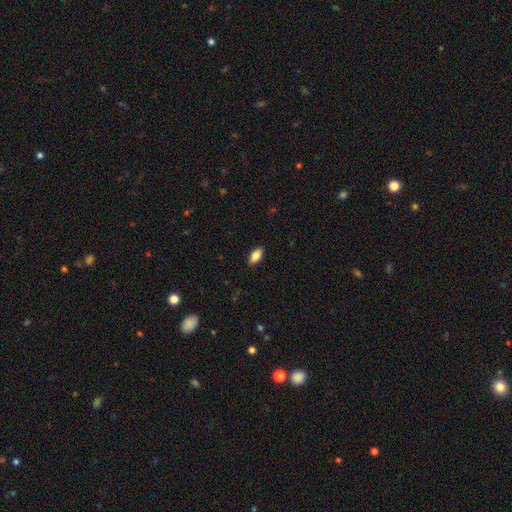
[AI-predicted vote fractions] This is clearly a smooth galaxy (83%). How rounded: clearly in between (91%). Merging: clearly none (89%).